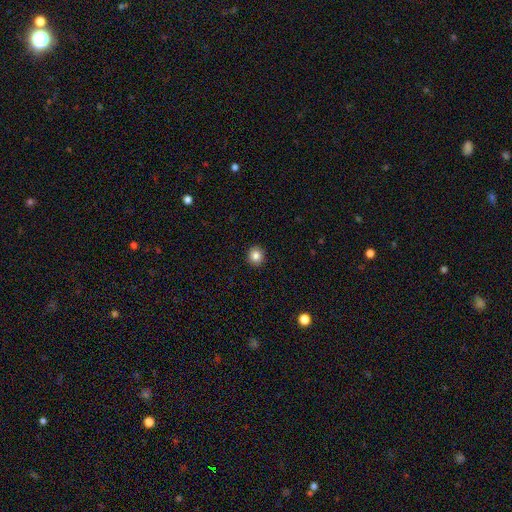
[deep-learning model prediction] A smooth galaxy with no disk features (84%) that is round (92%).

Vote fractions:
- Smooth or featured? smooth: 84% / star or artifact: 10% / featured or disk: 6%
- How rounded? round: 92% / in between: 7% / cigar-shaped: 1%
- Merging? none: 93% / minor disturbance: 5% / major disturbance: 1% / merger: 1%